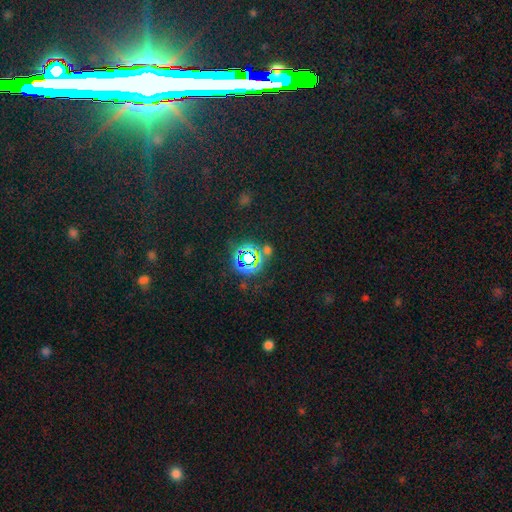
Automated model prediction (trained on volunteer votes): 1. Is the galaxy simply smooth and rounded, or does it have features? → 73% star or artifact, 18% smooth, 10% featured or disk.